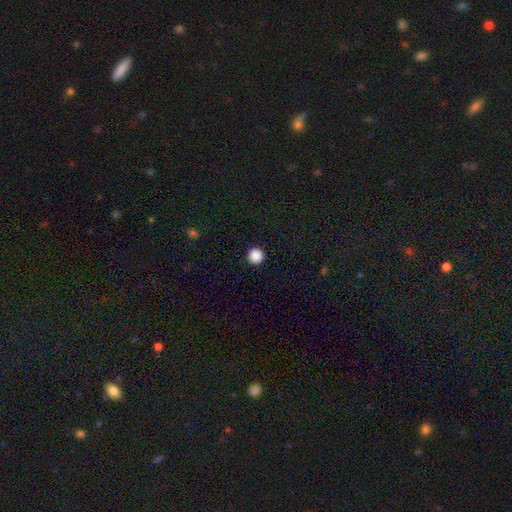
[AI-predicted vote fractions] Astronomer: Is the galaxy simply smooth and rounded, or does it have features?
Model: smooth — 88%.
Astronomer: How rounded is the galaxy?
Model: round — 96%.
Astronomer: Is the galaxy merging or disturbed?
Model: none — 94%.